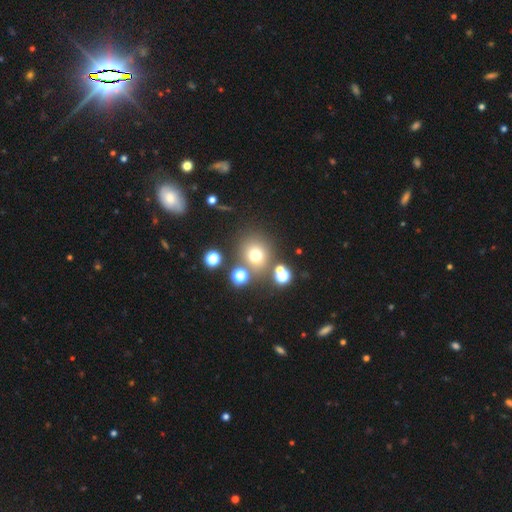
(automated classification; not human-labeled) Smooth or featured: smooth — 68% (star or artifact — 21%)
How rounded: round — 83% (in between — 16%)
Merging: none — 73% (merger — 12%)